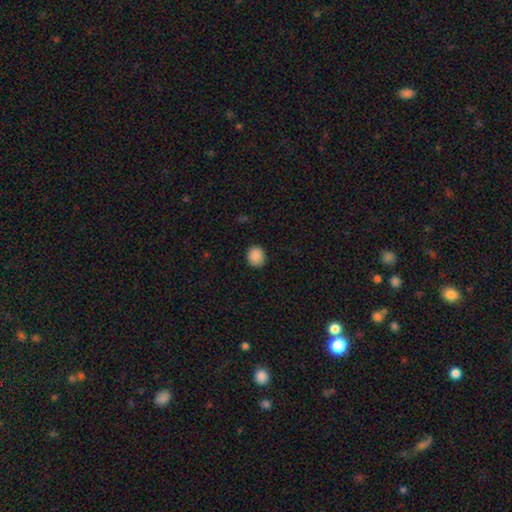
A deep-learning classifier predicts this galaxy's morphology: A smooth galaxy with no disk features (89%) that is round (80%). Merging: none (90%).